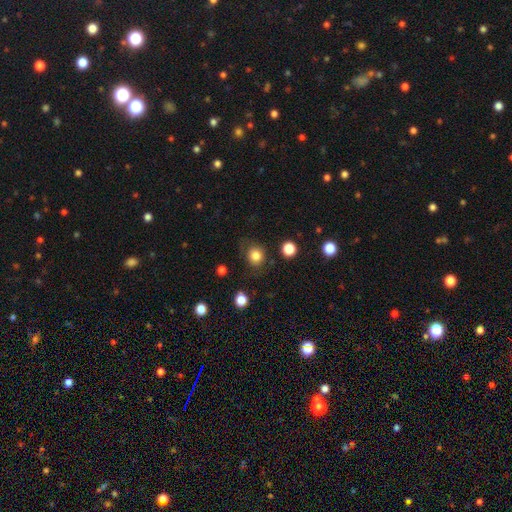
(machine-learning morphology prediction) Overall: smooth (83%). How rounded: round (81%). Merging: none (78%).